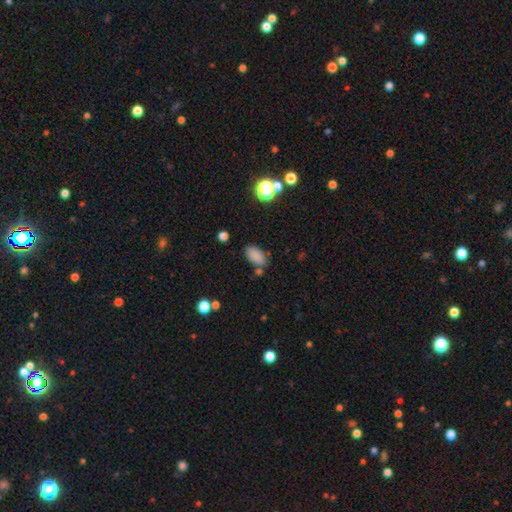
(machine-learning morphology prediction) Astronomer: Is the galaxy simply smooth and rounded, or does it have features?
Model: smooth — 84%.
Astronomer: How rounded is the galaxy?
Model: in between — 92%.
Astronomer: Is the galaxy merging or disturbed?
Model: none — 75%.